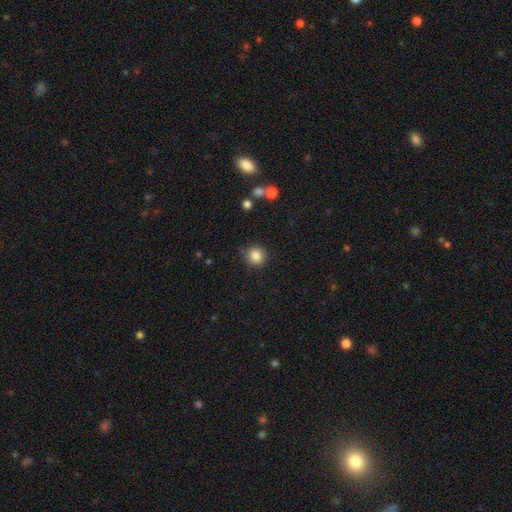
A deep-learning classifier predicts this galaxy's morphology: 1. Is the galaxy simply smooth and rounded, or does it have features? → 85% smooth, 10% star or artifact, 5% featured or disk.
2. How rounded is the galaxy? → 91% round, 8% in between, 1% cigar-shaped.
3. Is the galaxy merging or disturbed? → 86% none, 9% minor disturbance, 3% major disturbance, 2% merger.